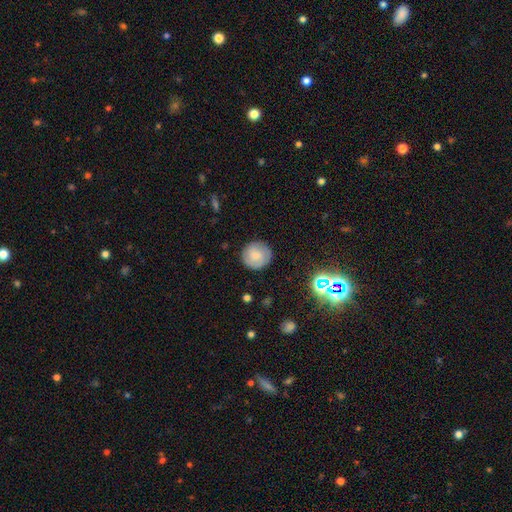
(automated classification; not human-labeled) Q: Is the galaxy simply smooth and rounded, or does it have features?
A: smooth — 73%.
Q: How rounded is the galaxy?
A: round — 93%.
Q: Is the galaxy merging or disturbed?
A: none — 86%.